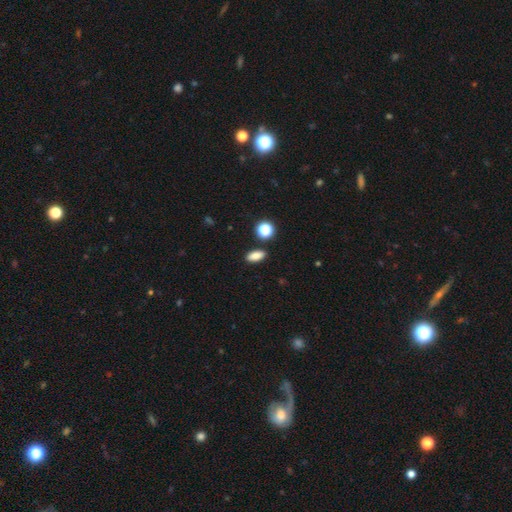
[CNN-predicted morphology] This appears to be a smooth galaxy with no disk features (83%) that is in between round and cigar-shaped (80%). Merging: none (87%).